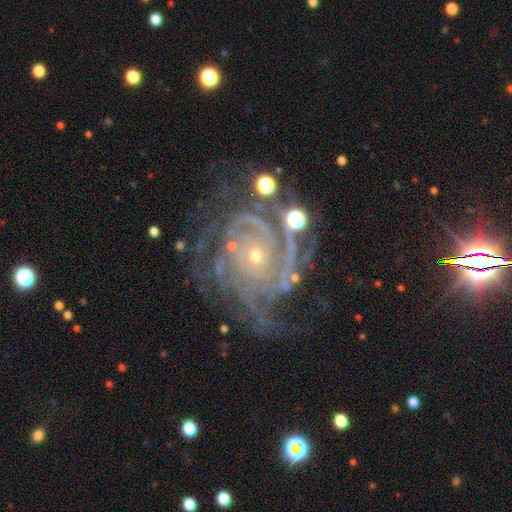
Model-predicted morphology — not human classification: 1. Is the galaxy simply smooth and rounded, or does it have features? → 90% featured or disk, 7% star or artifact, 3% smooth.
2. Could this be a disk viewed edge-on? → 98% no, 2% yes.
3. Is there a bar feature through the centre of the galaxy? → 80% no, 14% weak, 6% strong.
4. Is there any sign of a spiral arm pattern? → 98% yes, 2% no.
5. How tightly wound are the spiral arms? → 72% tight, 24% medium, 4% loose.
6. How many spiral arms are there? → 24% 4, 21% 3, 18% can't tell, 16% more than 4, 13% 2, 8% 1.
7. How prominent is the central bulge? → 79% small, 17% moderate, 1% none, 1% large, 1% dominant.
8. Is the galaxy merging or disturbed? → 62% none, 20% minor disturbance, 14% major disturbance, 4% merger.